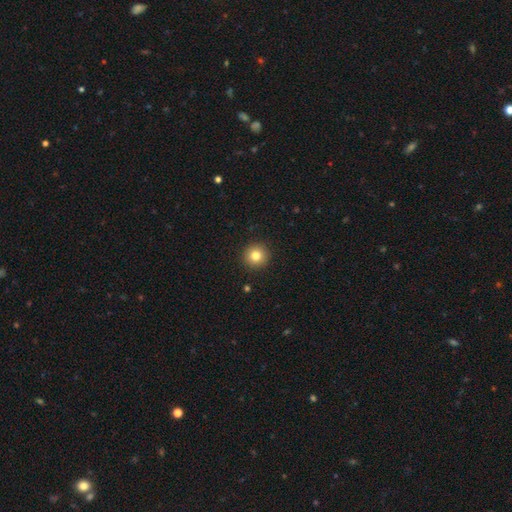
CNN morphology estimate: This appears to be a smooth galaxy with no disk features (81%) that is round (95%). Merging: none (92%).